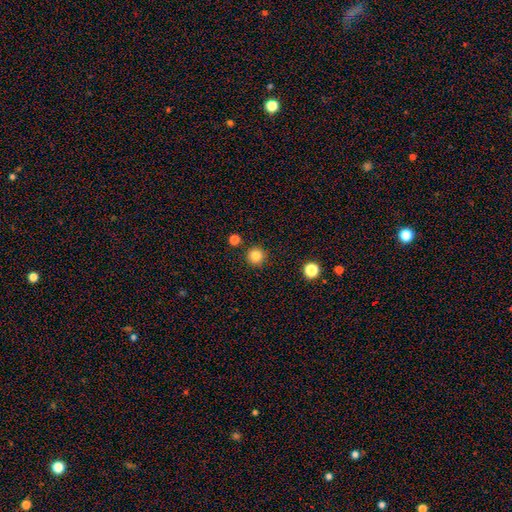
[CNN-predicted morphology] Smooth or featured: smooth — 84% (star or artifact — 12%)
How rounded: round — 96% (in between — 3%)
Merging: none — 91% (minor disturbance — 5%)